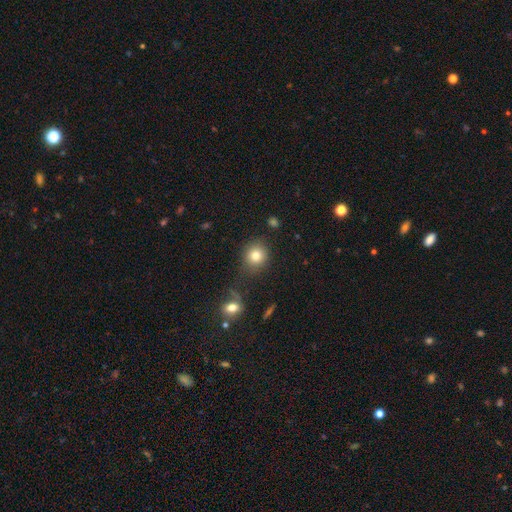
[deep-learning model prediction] Q: Smooth or featured?
A: smooth (80%); runner-up: star or artifact (11%)
Q: How rounded?
A: round (84%); runner-up: in between (15%)
Q: Merging?
A: none (78%); runner-up: minor disturbance (12%)